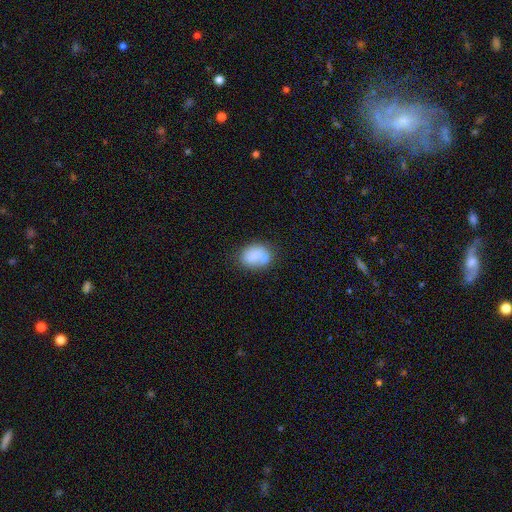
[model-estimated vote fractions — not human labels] This is likely a smooth galaxy (79%). How rounded: likely in between (68%). Merging: possibly none (51%).